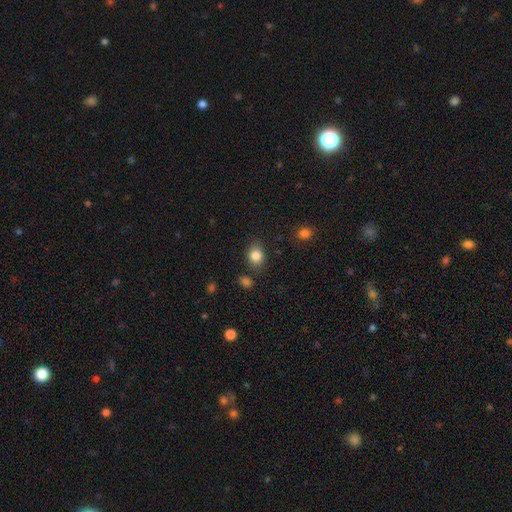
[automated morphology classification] This appears to be a smooth galaxy with no disk features (84%) that is in between round and cigar-shaped (51%). Merging: none (79%).